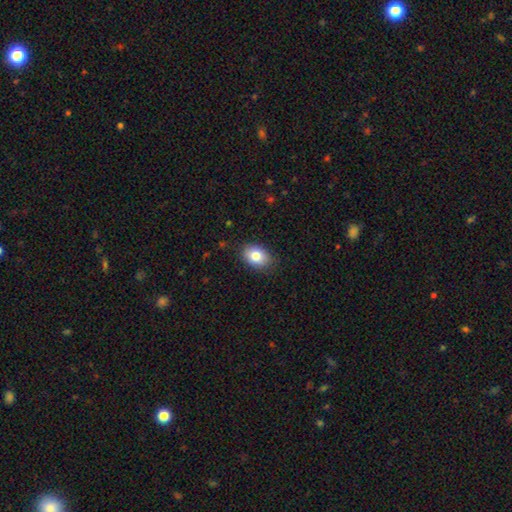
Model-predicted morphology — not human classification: smooth-or-featured: smooth: 81% | featured or disk: 10% | star or artifact: 8%
  how-rounded: in between: 76% | round: 23% | cigar-shaped: 1%
  merging: none: 85% | minor disturbance: 12% | major disturbance: 3% | merger: 1%